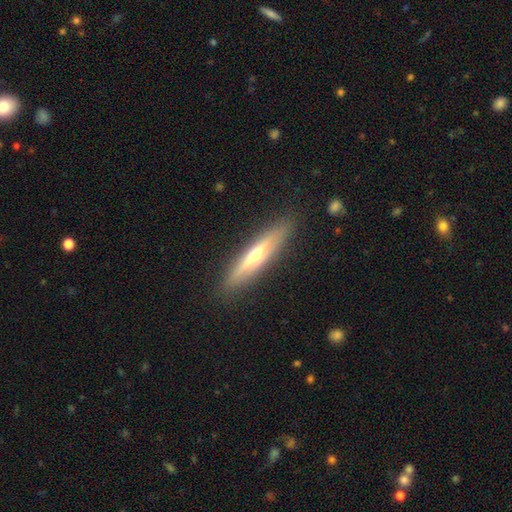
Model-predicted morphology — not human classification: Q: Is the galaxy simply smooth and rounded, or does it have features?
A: featured or disk — 59%.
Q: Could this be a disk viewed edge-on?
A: yes — 90%.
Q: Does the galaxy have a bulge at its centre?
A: rounded — 86%.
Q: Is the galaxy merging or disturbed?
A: none — 89%.